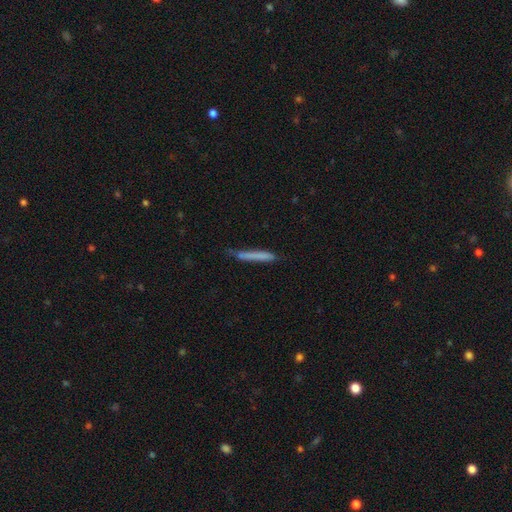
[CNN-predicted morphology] Smooth or featured? smooth (70%)
How rounded? cigar-shaped (96%)
Merging? none (75%)